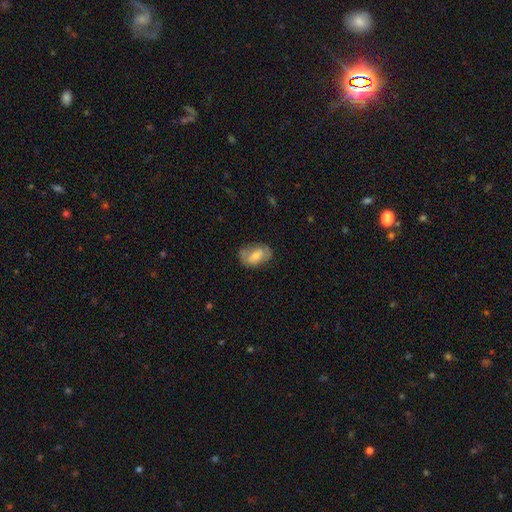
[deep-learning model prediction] A smooth galaxy with no disk features (55%) that is in between round and cigar-shaped (85%). Merging: none (65%).